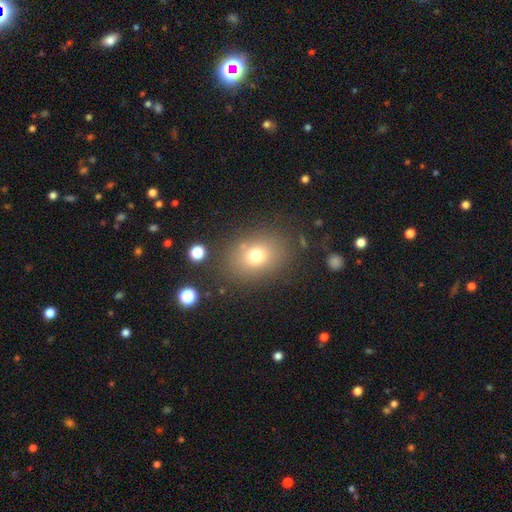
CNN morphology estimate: A smooth galaxy with no disk features (72%) that is in between round and cigar-shaped (50%).

Vote fractions:
- Smooth or featured? smooth: 72% / star or artifact: 15% / featured or disk: 12%
- How rounded? in between: 50% / round: 49% / cigar-shaped: 1%
- Merging? none: 79% / minor disturbance: 11% / major disturbance: 5% / merger: 4%